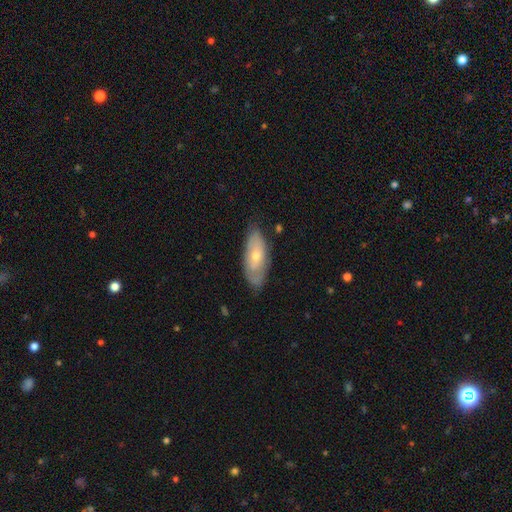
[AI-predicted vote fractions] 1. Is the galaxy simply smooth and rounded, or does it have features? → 50% smooth, 44% featured or disk, 6% star or artifact.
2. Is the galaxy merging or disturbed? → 69% none, 24% minor disturbance, 5% major disturbance, 2% merger.